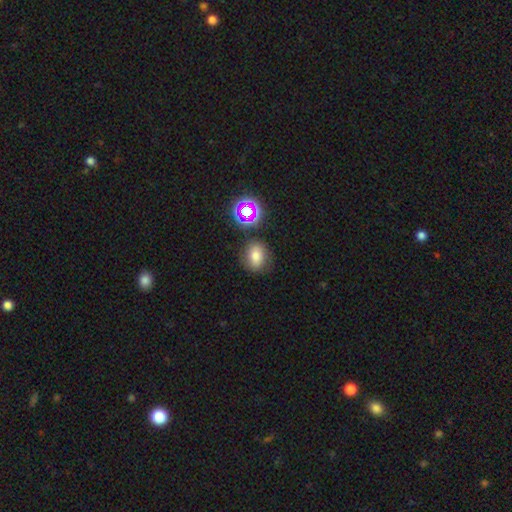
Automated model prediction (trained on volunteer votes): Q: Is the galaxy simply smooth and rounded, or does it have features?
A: smooth — 68%.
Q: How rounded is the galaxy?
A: round — 50%.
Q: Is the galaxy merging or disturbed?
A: none — 75%.